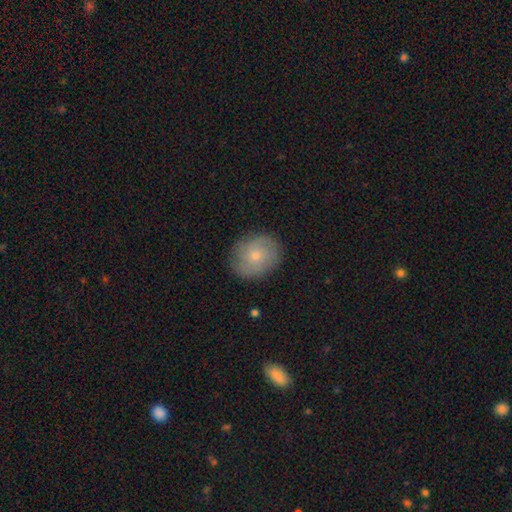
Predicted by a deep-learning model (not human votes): This is possibly a smooth galaxy (54%). How rounded: likely round (69%). Merging: clearly none (84%).